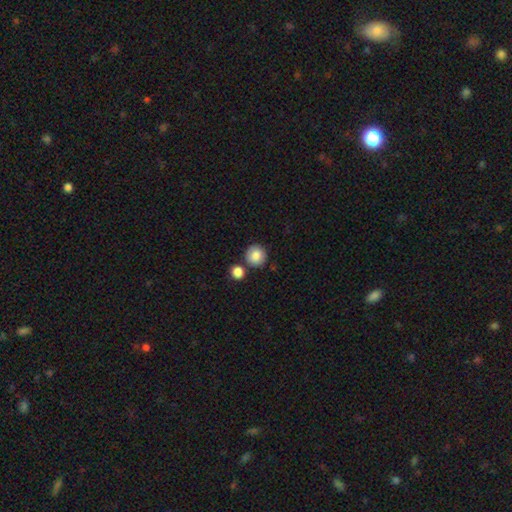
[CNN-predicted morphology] A smooth galaxy with no disk features (84%) that is round (92%).

Vote fractions:
- Smooth or featured? smooth: 84% / star or artifact: 8% / featured or disk: 8%
- How rounded? round: 92% / in between: 7% / cigar-shaped: 1%
- Merging? none: 79% / merger: 11% / minor disturbance: 8% / major disturbance: 2%